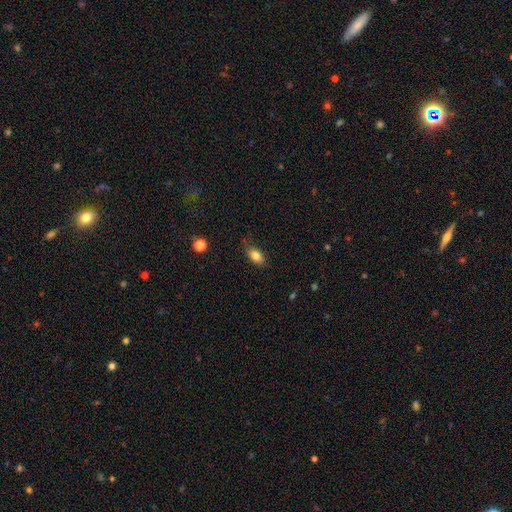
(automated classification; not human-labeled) This appears to be a smooth galaxy with no disk features (82%) that is in between round and cigar-shaped (87%). Merging: none (76%).